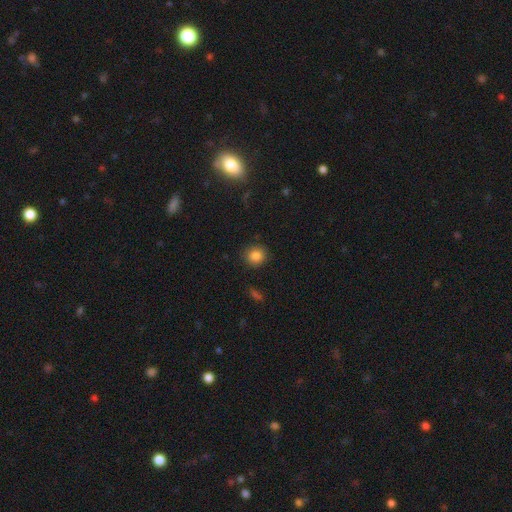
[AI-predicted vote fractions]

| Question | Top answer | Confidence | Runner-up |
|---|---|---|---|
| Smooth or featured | smooth | 84% | star or artifact (11%) |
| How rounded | round | 88% | in between (11%) |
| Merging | none | 88% | minor disturbance (8%) |